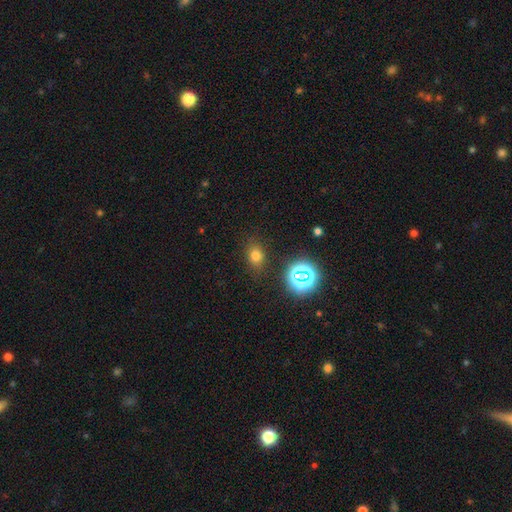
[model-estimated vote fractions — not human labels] This appears to be a smooth galaxy with no disk features (70%) that is in between round and cigar-shaped (53%). Merging: none (82%).